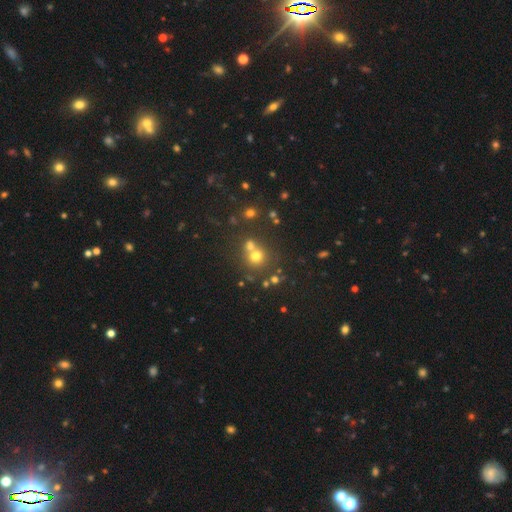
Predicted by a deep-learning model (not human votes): smooth-or-featured: smooth: 58% | star or artifact: 27% | featured or disk: 14%
  how-rounded: round: 85% | in between: 14% | cigar-shaped: 1%
  merging: none: 53% | merger: 36% | minor disturbance: 8% | major disturbance: 4%